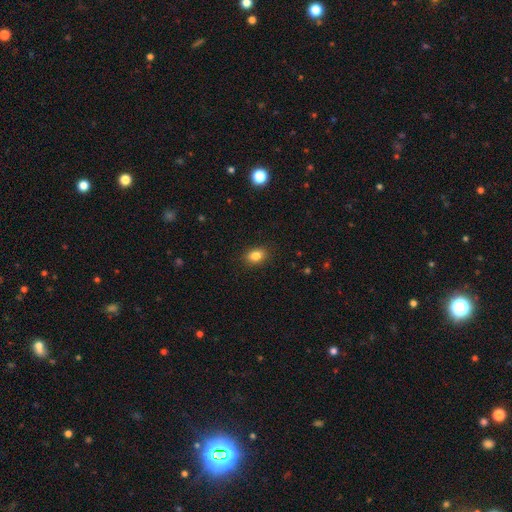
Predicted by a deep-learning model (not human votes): smooth 85%, star or artifact 10%, featured or disk 5%. Down the decision tree: how rounded — in between (78%); merging — none (88%).